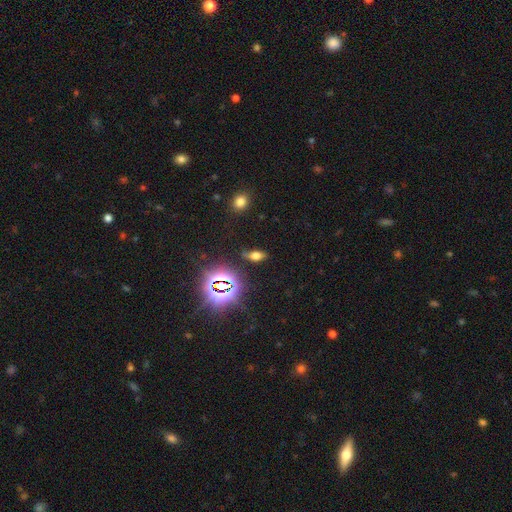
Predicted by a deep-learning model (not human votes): Morphology: type=smooth (49%); merging=none (74%).